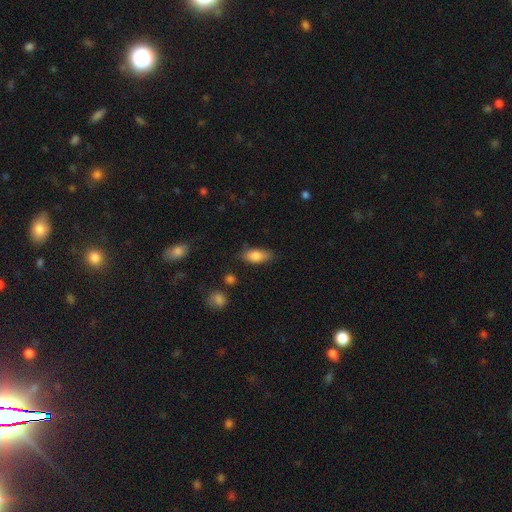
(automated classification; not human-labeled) Morphology: type=smooth (82%); roundness=in between (84%); merging=none (75%).